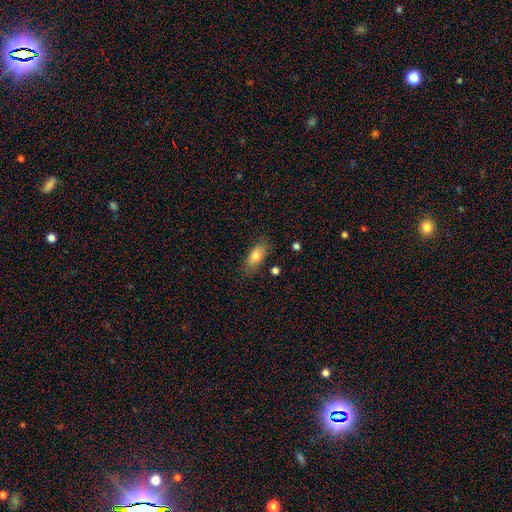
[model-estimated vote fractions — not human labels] Smooth or featured? smooth (79%)
How rounded? in between (84%)
Merging? none (78%)